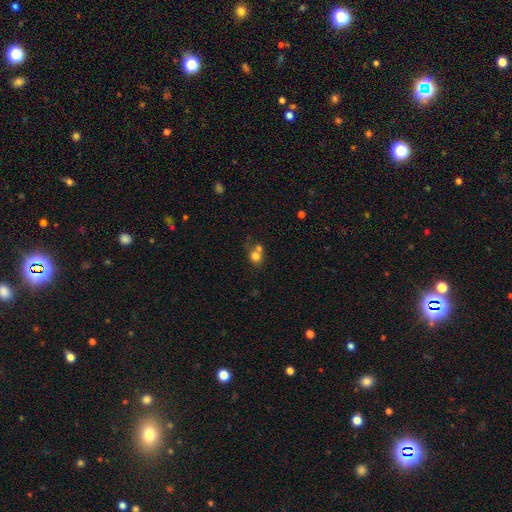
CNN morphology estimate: smooth-or-featured: smooth: 76% | star or artifact: 12% | featured or disk: 12%
  how-rounded: round: 74% | in between: 25% | cigar-shaped: 1%
  merging: merger: 47% | none: 38% | minor disturbance: 9% | major disturbance: 5%